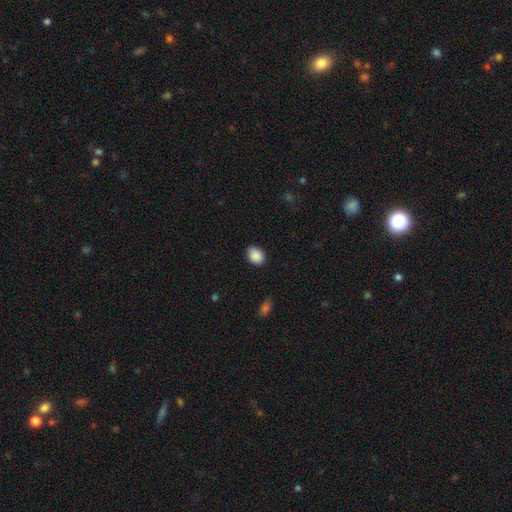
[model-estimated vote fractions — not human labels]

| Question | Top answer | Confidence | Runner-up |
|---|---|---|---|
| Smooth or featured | smooth | 89% | star or artifact (8%) |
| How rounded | in between | 61% | round (38%) |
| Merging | none | 84% | minor disturbance (12%) |